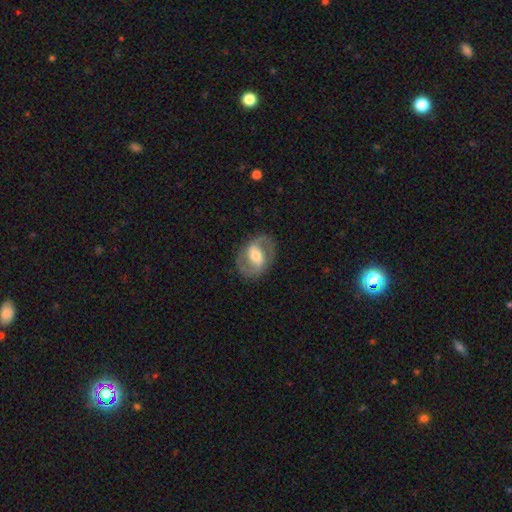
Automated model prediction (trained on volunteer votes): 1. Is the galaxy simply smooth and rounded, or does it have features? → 76% featured or disk, 18% smooth, 6% star or artifact.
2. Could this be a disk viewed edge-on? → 96% no, 4% yes.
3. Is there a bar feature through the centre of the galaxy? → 41% weak, 36% strong, 23% no.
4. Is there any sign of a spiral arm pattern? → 82% yes, 18% no.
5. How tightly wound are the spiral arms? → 54% medium, 24% tight, 23% loose.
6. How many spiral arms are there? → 89% 2, 6% can't tell, 2% 1, 1% 3, 1% 4, 1% more than 4.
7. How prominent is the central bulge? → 62% moderate, 21% small, 14% large, 2% none, 1% dominant.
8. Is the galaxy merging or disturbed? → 82% none, 11% minor disturbance, 6% major disturbance, 1% merger.